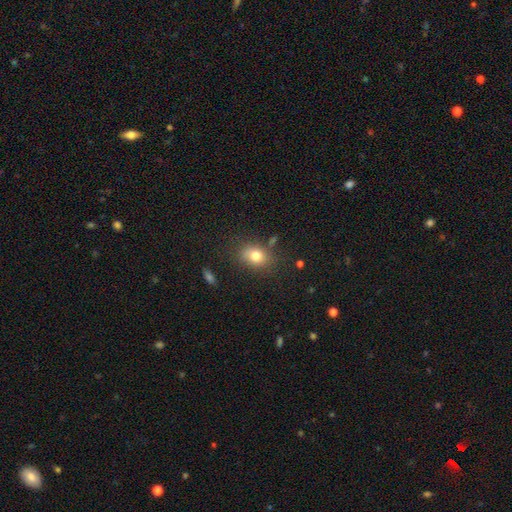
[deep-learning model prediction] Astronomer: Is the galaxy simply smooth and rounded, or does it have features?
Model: smooth — 79%.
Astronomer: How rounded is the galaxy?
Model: in between — 59% (runner-up: round, 40%).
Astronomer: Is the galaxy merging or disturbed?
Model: none — 72%.